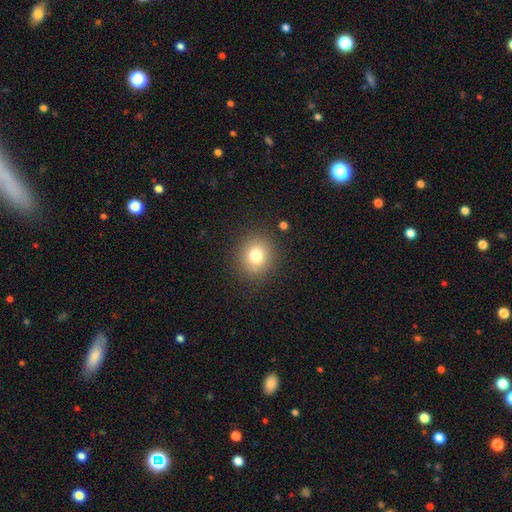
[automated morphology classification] smooth_or_featured: smooth (p=0.78) [alt: star or artifact p=0.12]
how_rounded: round (p=0.81) [alt: in between p=0.18]
merging: none (p=0.88) [alt: minor disturbance p=0.08]